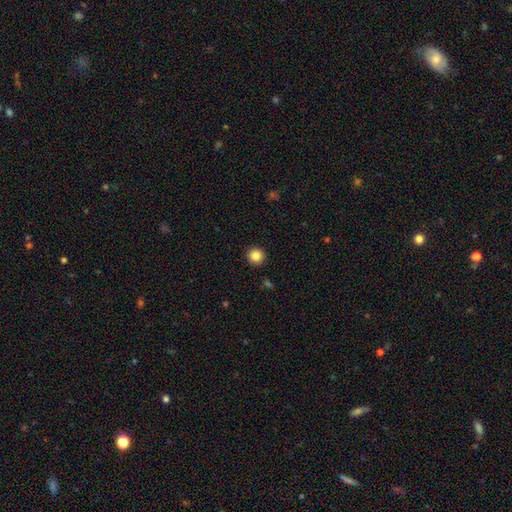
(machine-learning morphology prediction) type=smooth (86%); roundness=round (95%); merging=none (93%).